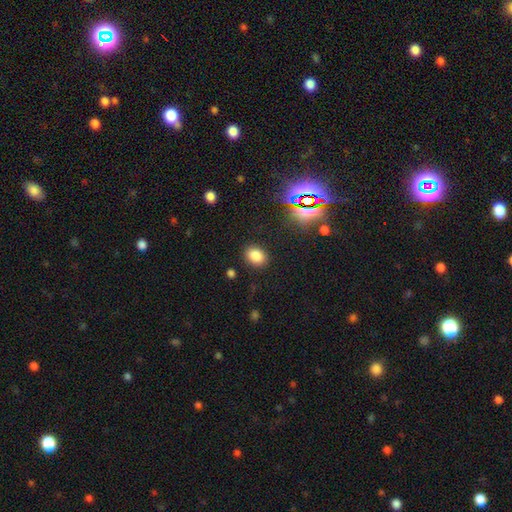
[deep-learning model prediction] A smooth galaxy with no disk features (81%) that is in between round and cigar-shaped (61%).

Vote fractions:
- Smooth or featured? smooth: 81% / star or artifact: 13% / featured or disk: 5%
- How rounded? in between: 61% / round: 38% / cigar-shaped: 1%
- Merging? none: 87% / minor disturbance: 9% / major disturbance: 3% / merger: 2%